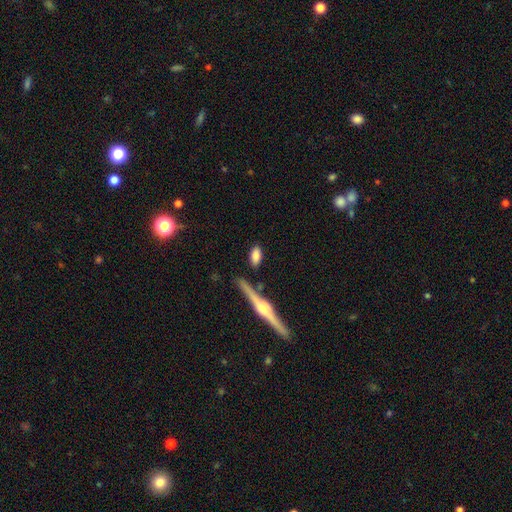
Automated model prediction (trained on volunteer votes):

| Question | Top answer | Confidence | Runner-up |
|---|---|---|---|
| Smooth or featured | smooth | 78% | featured or disk (15%) |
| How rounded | in between | 82% | cigar-shaped (14%) |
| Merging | none | 80% | minor disturbance (12%) |